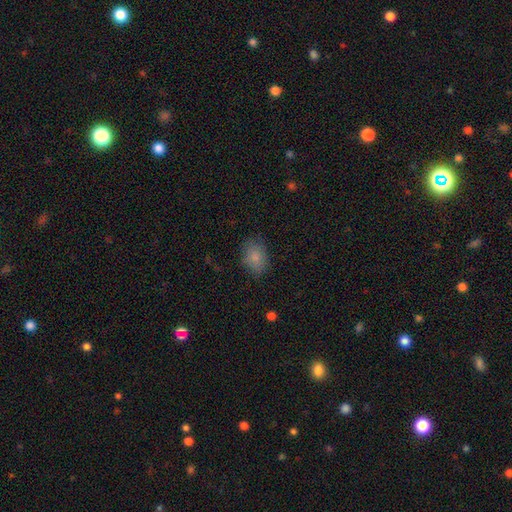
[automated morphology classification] Overall: smooth (84%). How rounded: in between (71%). Merging: none (78%).